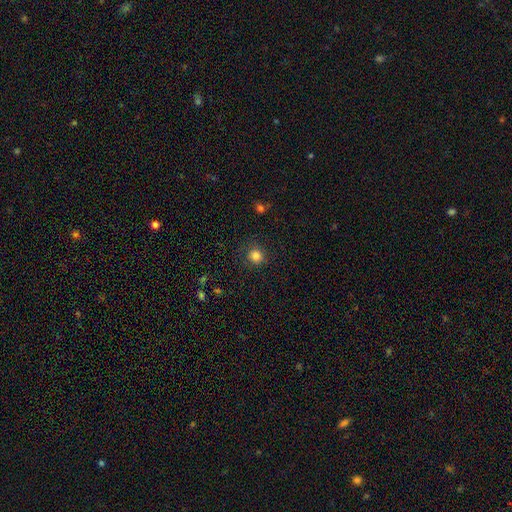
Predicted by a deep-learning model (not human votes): Smooth or featured?
  - smooth: 83% *
  - star or artifact: 12%
  - featured or disk: 5%
How rounded?
  - round: 90% *
  - in between: 9%
  - cigar-shaped: 1%
Merging?
  - none: 83% *
  - minor disturbance: 11%
  - major disturbance: 4%
  - merger: 1%